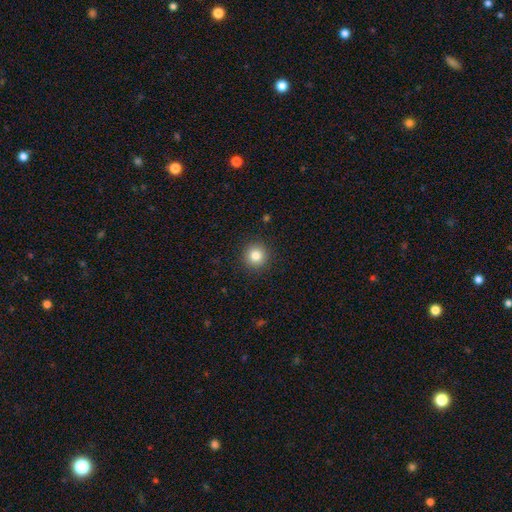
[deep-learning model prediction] A smooth galaxy with no disk features (83%) that is round (94%).

Vote fractions:
- Smooth or featured? smooth: 83% / star or artifact: 11% / featured or disk: 6%
- How rounded? round: 94% / in between: 5% / cigar-shaped: 1%
- Merging? none: 91% / minor disturbance: 6% / major disturbance: 2% / merger: 1%